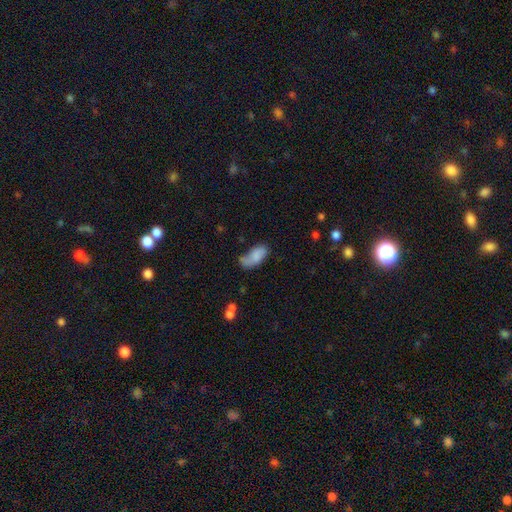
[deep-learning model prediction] This appears to be a smooth galaxy with no disk features (76%) that is in between round and cigar-shaped (90%). Merging: none (39%).